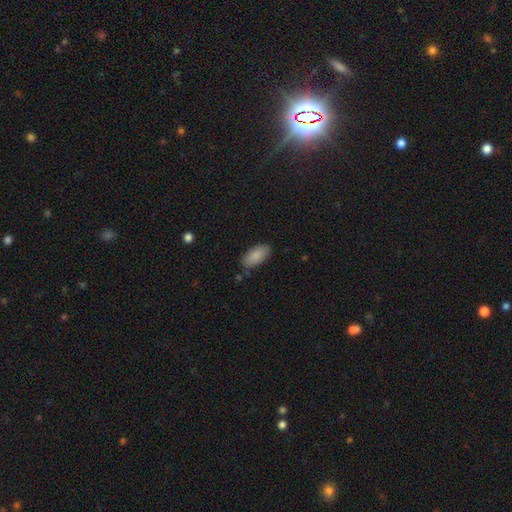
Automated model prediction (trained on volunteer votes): Smooth or featured? smooth (88%)
How rounded? in between (91%)
Merging? none (82%)